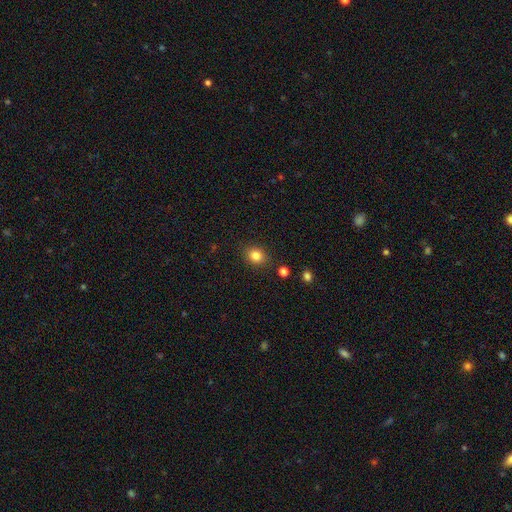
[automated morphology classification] Q: Smooth or featured?
A: smooth (83%); runner-up: star or artifact (11%)
Q: How rounded?
A: round (66%); runner-up: in between (33%)
Q: Merging?
A: none (87%); runner-up: minor disturbance (9%)